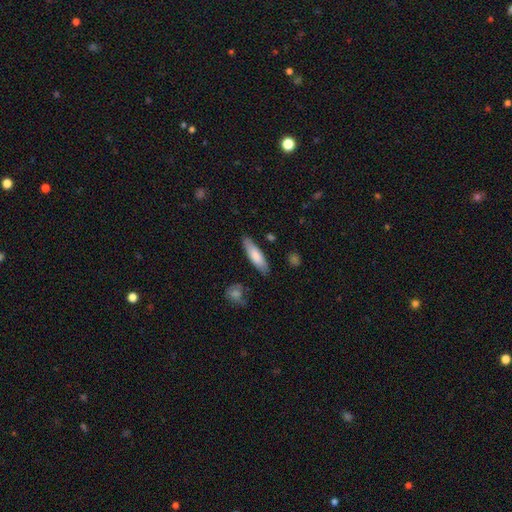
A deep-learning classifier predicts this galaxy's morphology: The model was most divided on "how rounded": cigar-shaped: 60%, in between: 38%, round: 2%. More confident: merging — none (84%); smooth or featured — smooth (77%).